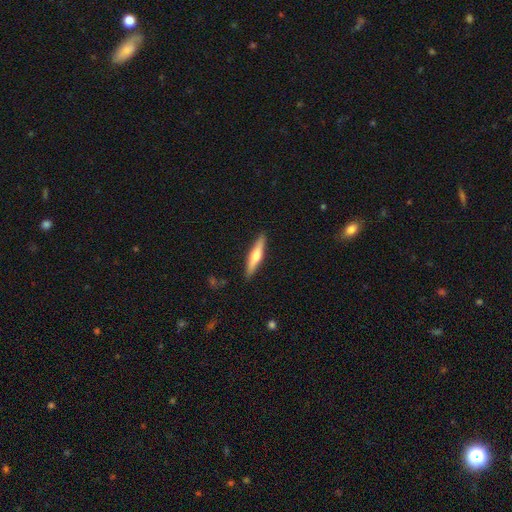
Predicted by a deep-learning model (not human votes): Morphology: type=featured or disk (49%); merging=none (90%).